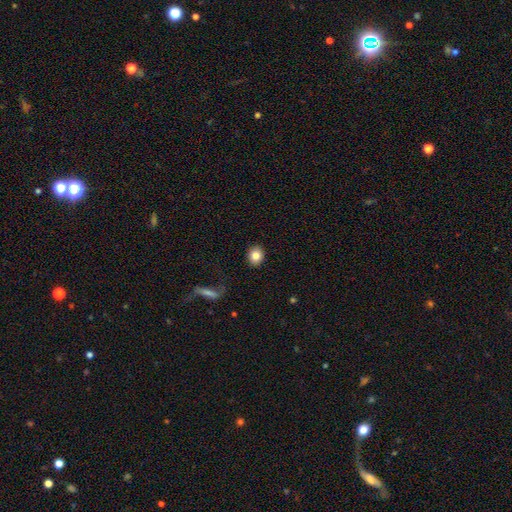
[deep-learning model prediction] smooth-or-featured: smooth: 82% | star or artifact: 9% | featured or disk: 9%
  how-rounded: round: 60% | in between: 38% | cigar-shaped: 1%
  merging: none: 89% | minor disturbance: 7% | major disturbance: 2% | merger: 1%